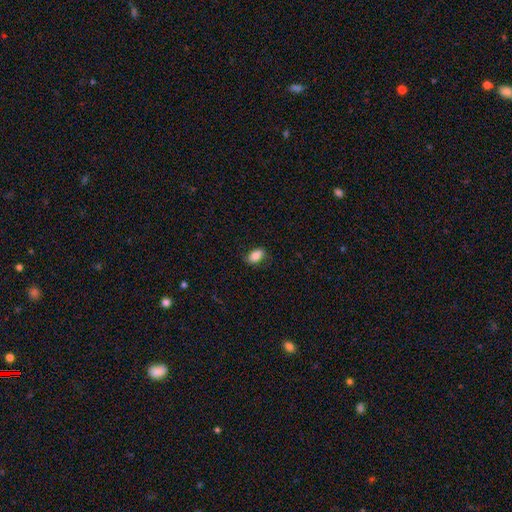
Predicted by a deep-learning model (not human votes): Overall: smooth (82%). How rounded: in between (90%). Merging: none (80%).